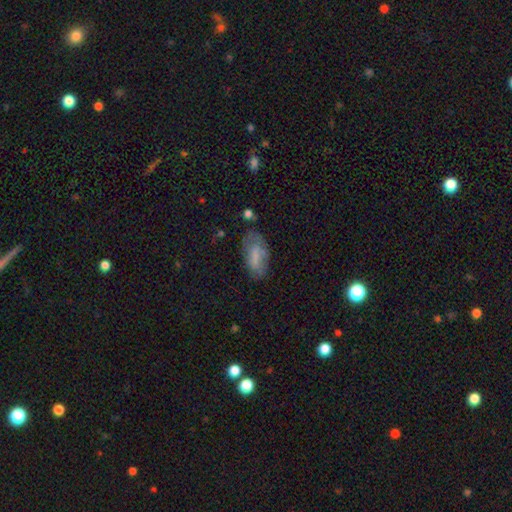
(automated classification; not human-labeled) Smooth or featured?
  - smooth: 66% *
  - featured or disk: 26%
  - star or artifact: 8%
How rounded?
  - in between: 87% *
  - cigar-shaped: 10%
  - round: 3%
Merging?
  - none: 58% *
  - minor disturbance: 26%
  - major disturbance: 12%
  - merger: 4%